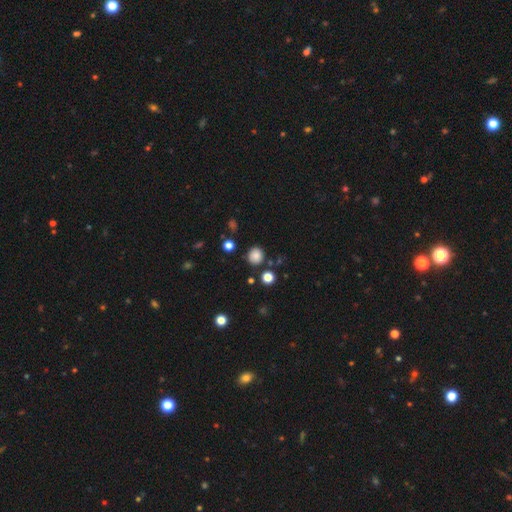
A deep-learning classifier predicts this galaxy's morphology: Smooth or featured? Predicted: smooth (p=0.82). How rounded? Predicted: round (p=0.87). Merging? Predicted: none (p=0.84).